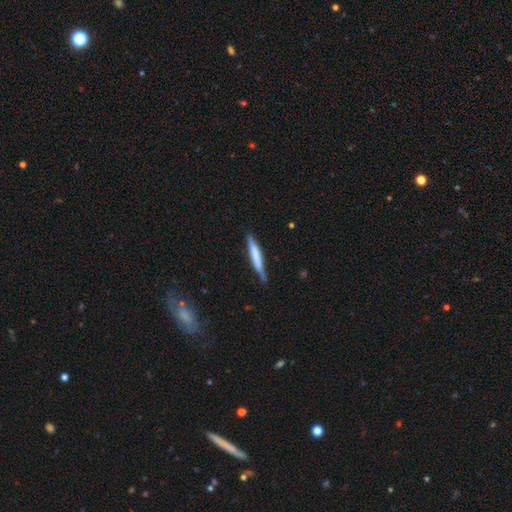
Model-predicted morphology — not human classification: smooth 60%, featured or disk 35%, star or artifact 5%. Down the decision tree: how rounded — cigar-shaped (94%); merging — none (78%).